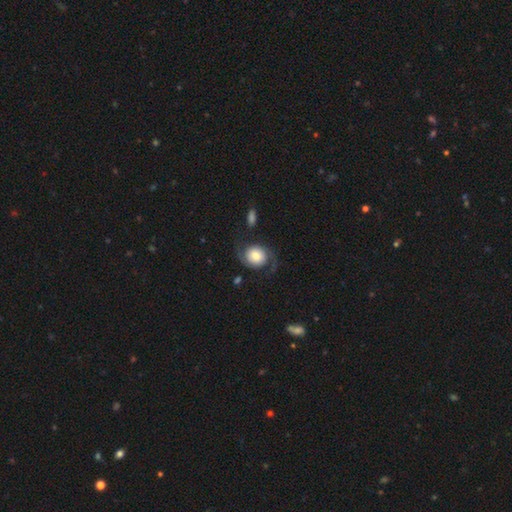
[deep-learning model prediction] Morphology: type=featured or disk (63%); edge-on=no (97%); bar=no (73%); spiral arms=yes (91%); winding=loose (48%); arm count=2 (89%); bulge=moderate (38%); merging=none (66%).